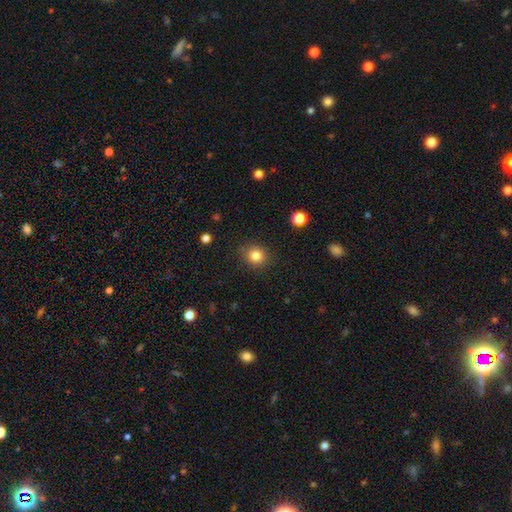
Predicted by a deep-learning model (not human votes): This is clearly a smooth galaxy (83%). How rounded: clearly round (81%). Merging: clearly none (87%).